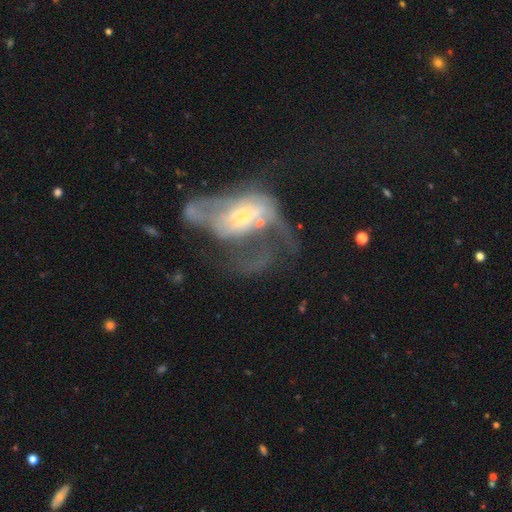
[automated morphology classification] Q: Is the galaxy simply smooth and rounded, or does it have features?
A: featured or disk — 72%.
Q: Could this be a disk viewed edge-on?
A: no — 96%.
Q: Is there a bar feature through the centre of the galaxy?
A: no — 53%.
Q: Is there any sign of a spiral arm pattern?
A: yes — 70%.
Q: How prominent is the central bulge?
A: moderate — 48%.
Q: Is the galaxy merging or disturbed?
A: major disturbance — 50%.